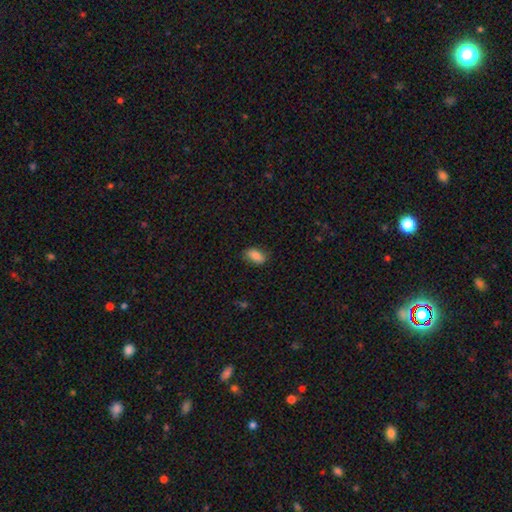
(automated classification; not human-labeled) Smooth or featured?
  - smooth: 83% *
  - featured or disk: 9%
  - star or artifact: 8%
How rounded?
  - in between: 90% *
  - round: 6%
  - cigar-shaped: 4%
Merging?
  - none: 81% *
  - minor disturbance: 15%
  - major disturbance: 3%
  - merger: 1%